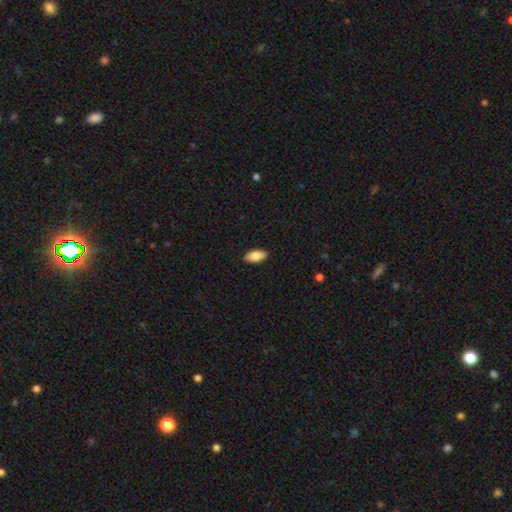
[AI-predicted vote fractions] Morphology: type=smooth (87%); roundness=in between (92%); merging=none (89%).